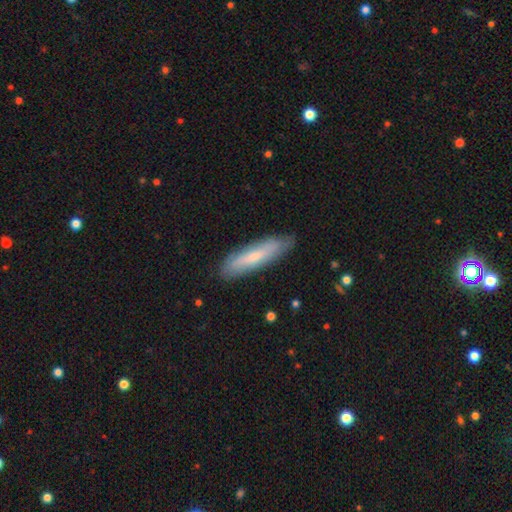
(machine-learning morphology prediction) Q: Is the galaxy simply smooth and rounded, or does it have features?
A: smooth — 58%.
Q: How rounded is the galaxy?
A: cigar-shaped — 75%.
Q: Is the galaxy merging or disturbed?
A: none — 83%.